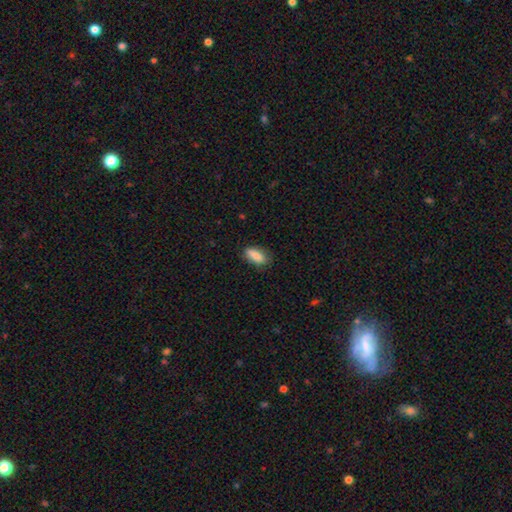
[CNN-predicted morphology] Smooth or featured? smooth (81%)
How rounded? in between (81%)
Merging? none (78%)